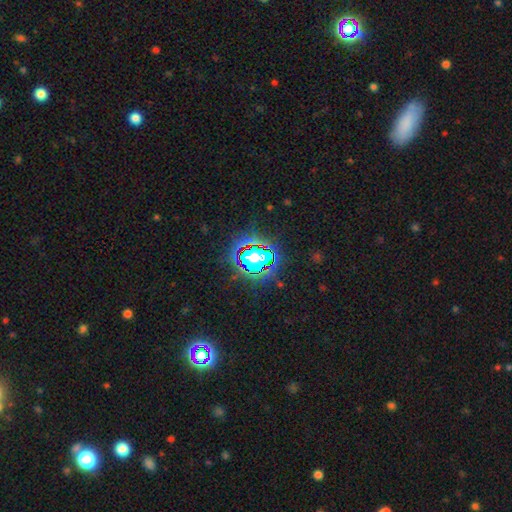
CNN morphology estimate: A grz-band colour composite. It shows a star or artifact, not a galaxy (78%).